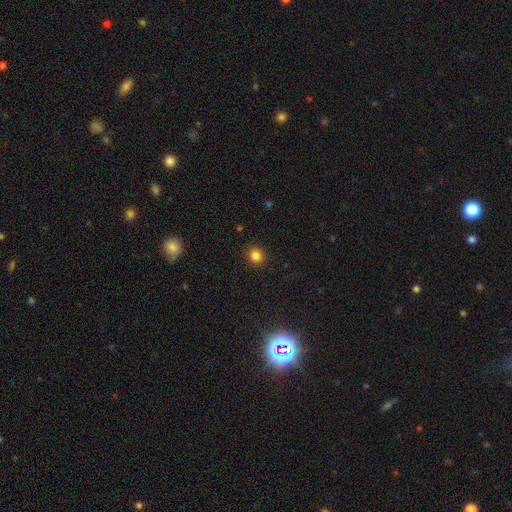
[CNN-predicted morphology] This appears to be a smooth galaxy with no disk features (83%) that is round (89%). Merging: none (91%).